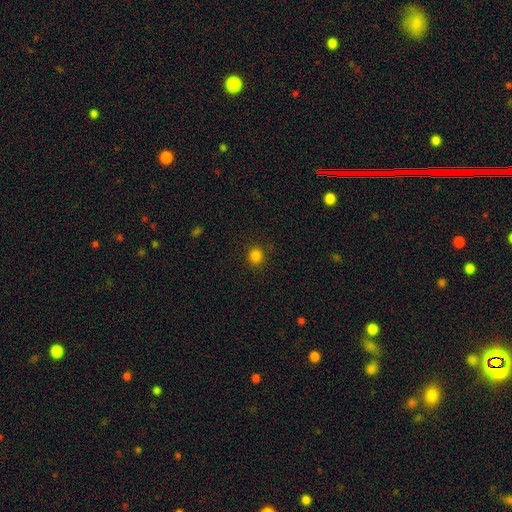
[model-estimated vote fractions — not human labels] smooth-or-featured: smooth: 83% | star or artifact: 13% | featured or disk: 3%
  how-rounded: round: 91% | in between: 8% | cigar-shaped: 1%
  merging: none: 90% | minor disturbance: 6% | major disturbance: 2% | merger: 1%